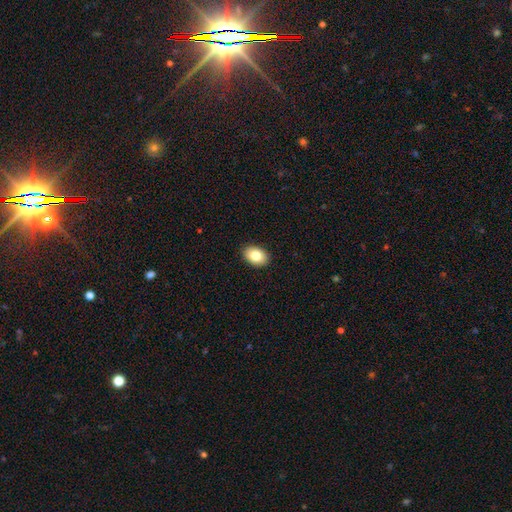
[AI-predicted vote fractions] smooth 82%, featured or disk 10%, star or artifact 8%. Down the decision tree: how rounded — in between (83%); merging — none (90%).